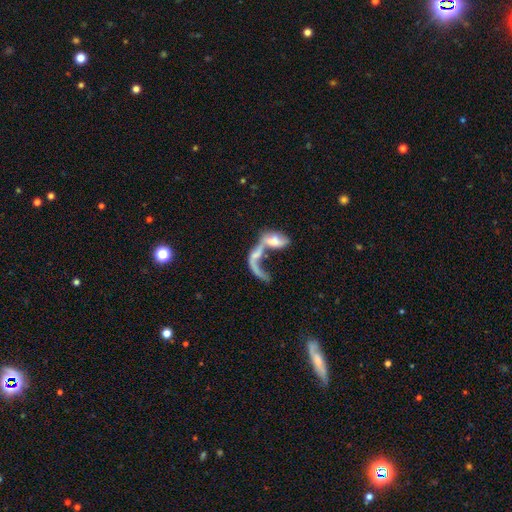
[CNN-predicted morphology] Q: Smooth or featured?
A: featured or disk (57%); runner-up: smooth (34%)
Q: Edge-on disk?
A: no (89%); runner-up: yes (11%)
Q: Bar?
A: no (64%); runner-up: weak (25%)
Q: Spiral arms?
A: no (53%); runner-up: yes (47%)
Q: Bulge size?
A: none (37%); runner-up: small (25%)
Q: Merging?
A: merger (67%); runner-up: major disturbance (19%)